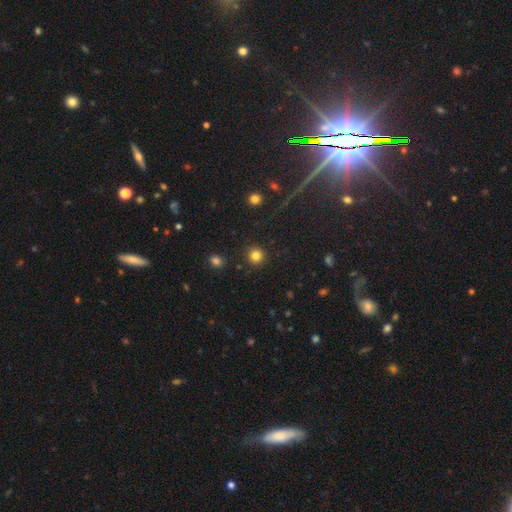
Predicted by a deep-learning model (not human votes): smooth_or_featured: smooth (p=0.82) [alt: star or artifact p=0.13]
how_rounded: round (p=0.94) [alt: in between p=0.05]
merging: none (p=0.91) [alt: minor disturbance p=0.05]